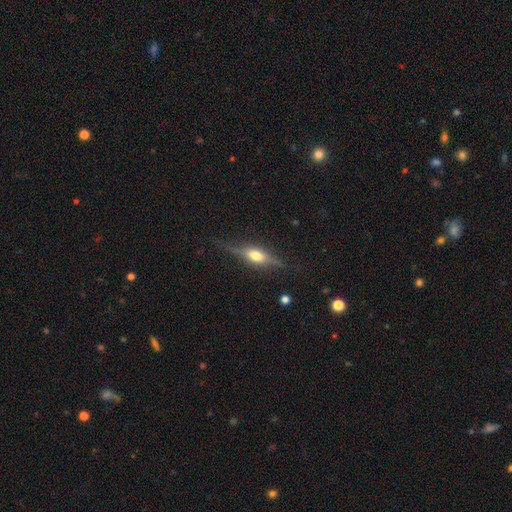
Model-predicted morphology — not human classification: This appears to be a featured or disk galaxy (68%) viewed edge-on (95%) with a rounded central bulge (89%). Merging: none (80%).